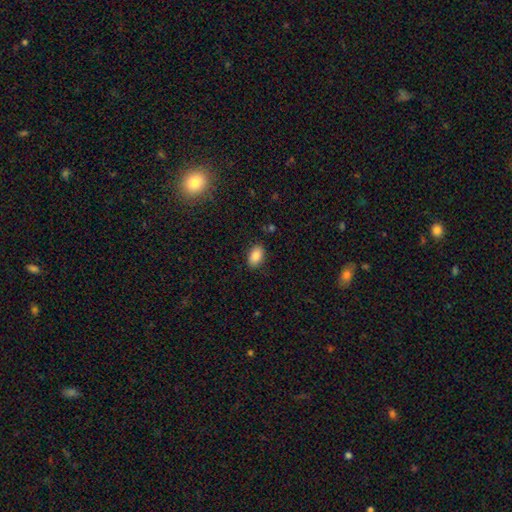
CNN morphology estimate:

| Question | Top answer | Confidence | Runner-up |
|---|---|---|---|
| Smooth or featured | smooth | 87% | star or artifact (8%) |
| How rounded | in between | 90% | round (8%) |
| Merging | none | 87% | minor disturbance (9%) |